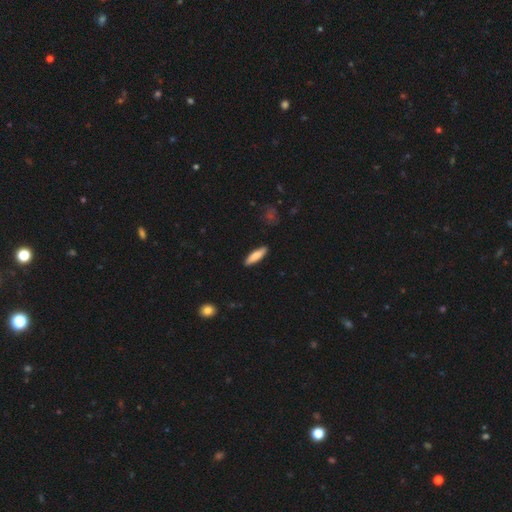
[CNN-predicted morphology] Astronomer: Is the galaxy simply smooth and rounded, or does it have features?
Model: smooth — 82%.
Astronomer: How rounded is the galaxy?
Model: cigar-shaped — 65%.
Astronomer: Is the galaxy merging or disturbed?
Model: none — 89%.